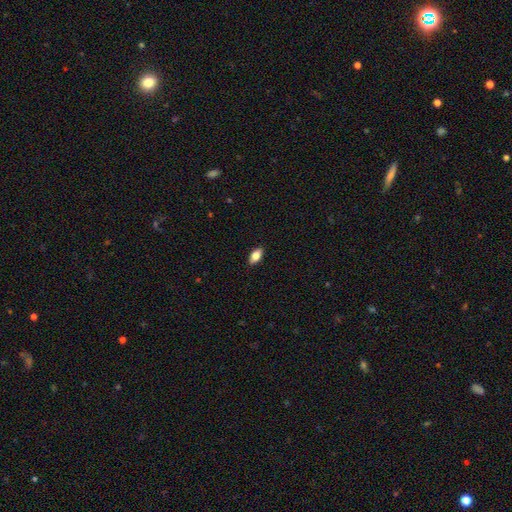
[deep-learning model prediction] Q: Smooth or featured?
A: smooth (79%); runner-up: featured or disk (13%)
Q: How rounded?
A: in between (89%); runner-up: cigar-shaped (6%)
Q: Merging?
A: none (88%); runner-up: minor disturbance (9%)